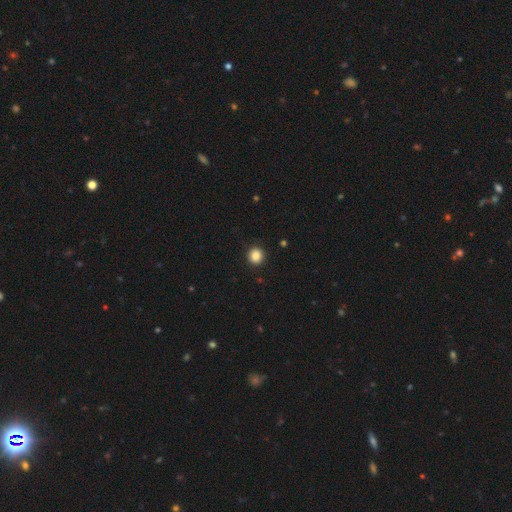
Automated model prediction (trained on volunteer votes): smooth_or_featured: smooth (p=0.86) [alt: star or artifact p=0.10]
how_rounded: round (p=0.90) [alt: in between p=0.09]
merging: none (p=0.91) [alt: minor disturbance p=0.06]